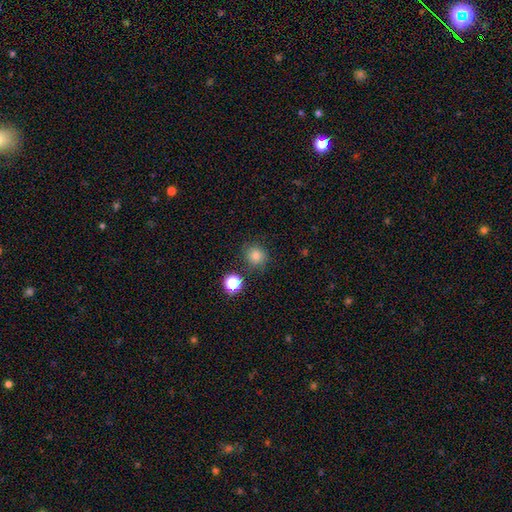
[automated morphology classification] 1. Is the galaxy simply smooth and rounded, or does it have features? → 79% smooth, 15% star or artifact, 6% featured or disk.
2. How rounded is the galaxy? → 87% round, 12% in between, 1% cigar-shaped.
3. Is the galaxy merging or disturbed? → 82% none, 11% minor disturbance, 4% merger, 3% major disturbance.